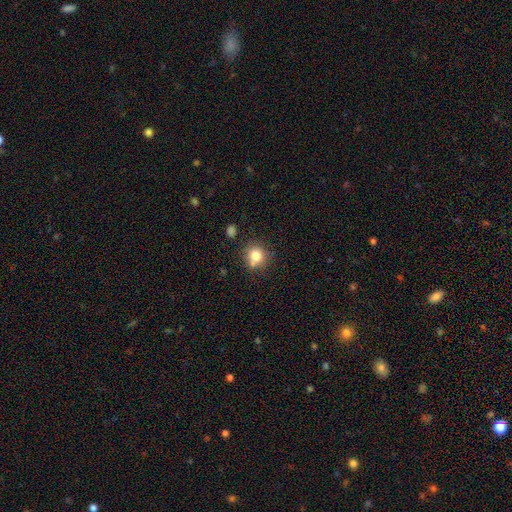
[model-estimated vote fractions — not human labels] smooth-or-featured: smooth: 79% | star or artifact: 12% | featured or disk: 9%
  how-rounded: round: 89% | in between: 10% | cigar-shaped: 1%
  merging: none: 70% | minor disturbance: 14% | merger: 12% | major disturbance: 4%